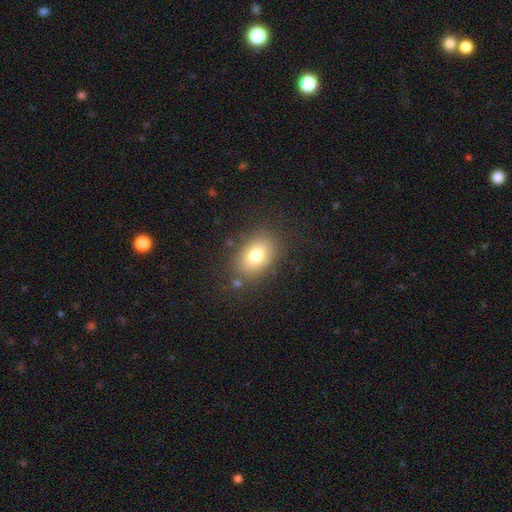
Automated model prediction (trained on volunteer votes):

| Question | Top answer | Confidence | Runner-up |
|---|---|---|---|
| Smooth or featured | smooth | 77% | featured or disk (12%) |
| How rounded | in between | 75% | round (24%) |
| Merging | none | 81% | minor disturbance (11%) |